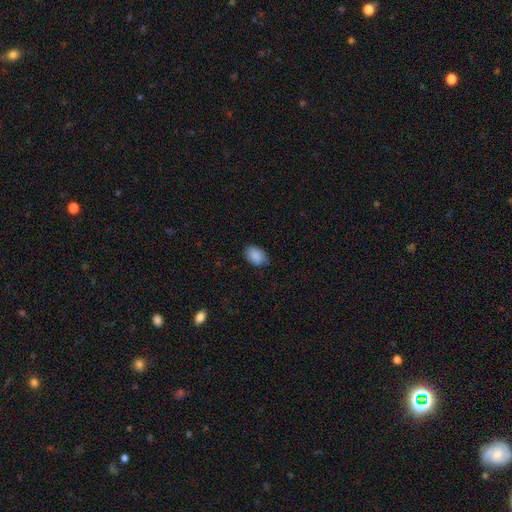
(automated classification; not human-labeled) A smooth galaxy with no disk features (86%) that is in between round and cigar-shaped (76%). Merging: none (64%).